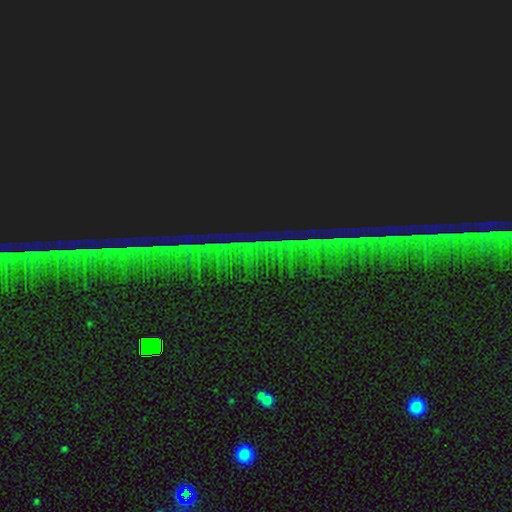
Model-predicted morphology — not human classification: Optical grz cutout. It shows a star or artifact, not a galaxy (85%).